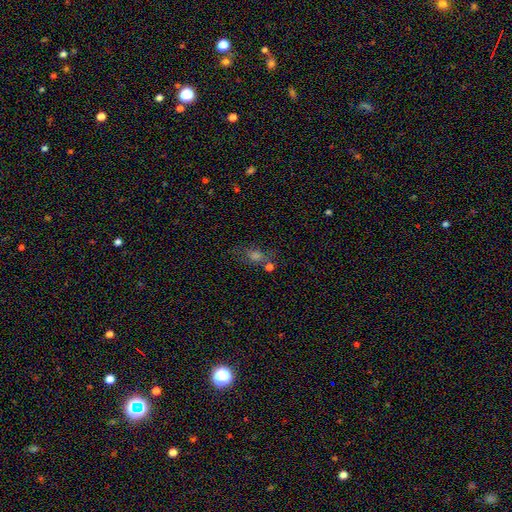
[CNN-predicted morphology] The model was most divided on "smooth or featured": smooth: 48%, star or artifact: 34%, featured or disk: 19%. More confident: merging — none (62%).